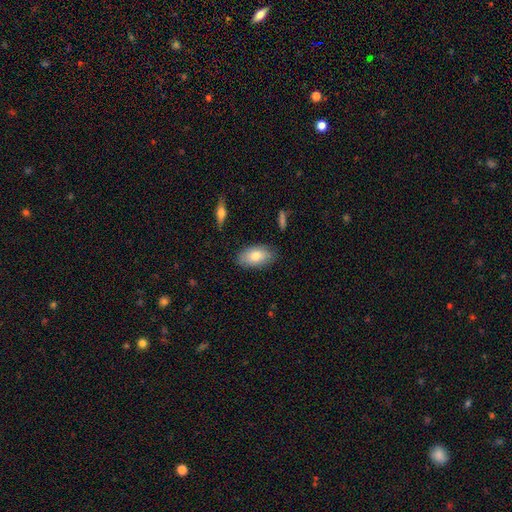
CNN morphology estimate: A smooth galaxy with no disk features (77%) that is in between round and cigar-shaped (92%).

Vote fractions:
- Smooth or featured? smooth: 77% / featured or disk: 16% / star or artifact: 6%
- How rounded? in between: 92% / round: 4% / cigar-shaped: 3%
- Merging? none: 81% / minor disturbance: 14% / major disturbance: 3% / merger: 2%